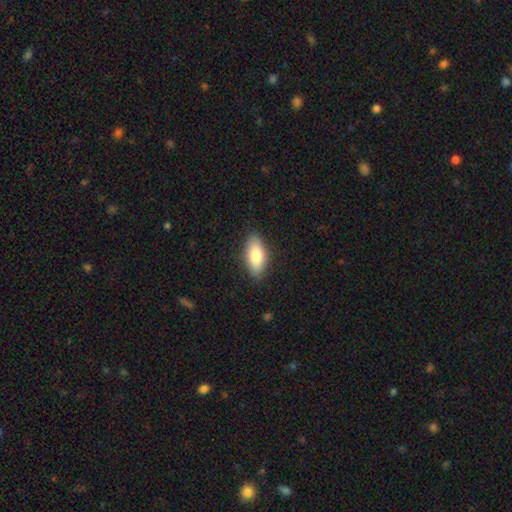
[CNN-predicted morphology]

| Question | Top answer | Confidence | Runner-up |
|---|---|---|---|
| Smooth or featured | smooth | 81% | featured or disk (13%) |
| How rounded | in between | 86% | cigar-shaped (11%) |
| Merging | none | 86% | minor disturbance (11%) |